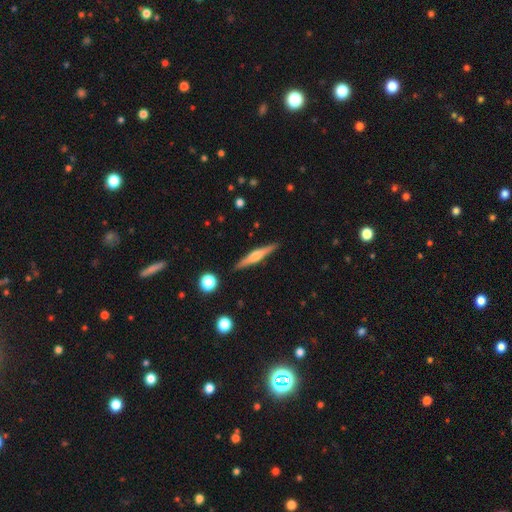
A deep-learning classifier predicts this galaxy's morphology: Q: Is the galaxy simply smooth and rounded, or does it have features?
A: featured or disk — 65%.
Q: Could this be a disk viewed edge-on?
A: yes — 98%.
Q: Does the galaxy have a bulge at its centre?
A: rounded — 84%.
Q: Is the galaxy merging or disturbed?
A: none — 91%.